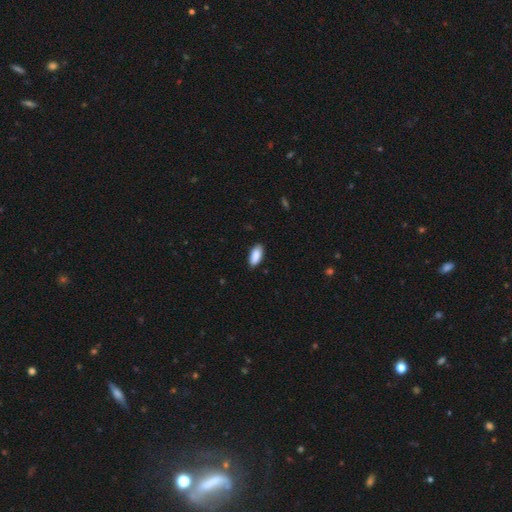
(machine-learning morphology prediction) A smooth galaxy with no disk features (90%) that is in between round and cigar-shaped (88%).

Vote fractions:
- Smooth or featured? smooth: 90% / star or artifact: 6% / featured or disk: 4%
- How rounded? in between: 88% / cigar-shaped: 10% / round: 2%
- Merging? none: 83% / minor disturbance: 13% / major disturbance: 2% / merger: 1%